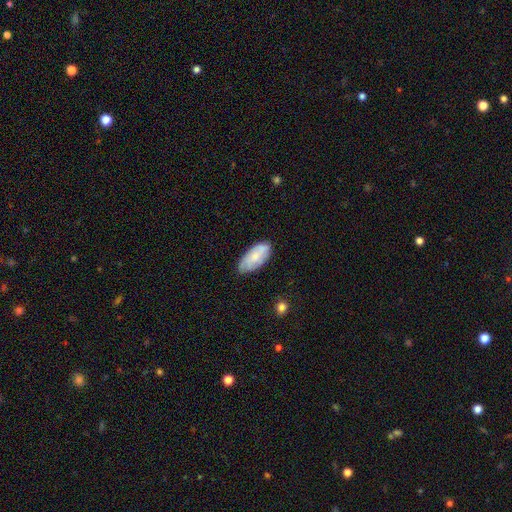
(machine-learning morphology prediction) smooth-or-featured: smooth: 62% | featured or disk: 32% | star or artifact: 6%
  how-rounded: in between: 90% | cigar-shaped: 8% | round: 2%
  merging: none: 72% | minor disturbance: 23% | major disturbance: 4% | merger: 2%